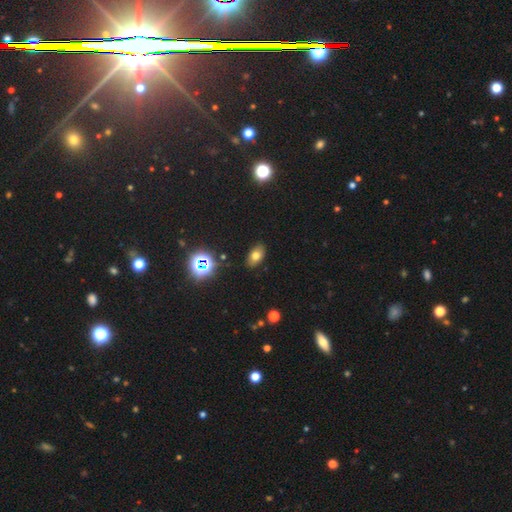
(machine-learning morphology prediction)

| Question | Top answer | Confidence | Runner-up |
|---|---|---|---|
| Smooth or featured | smooth | 69% | star or artifact (18%) |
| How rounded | in between | 88% | round (10%) |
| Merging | none | 86% | minor disturbance (10%) |